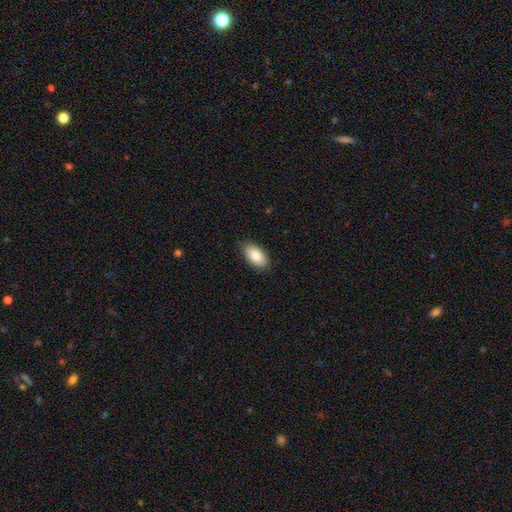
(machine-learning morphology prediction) A smooth galaxy with no disk features (85%) that is in between round and cigar-shaped (94%). Merging: none (87%).